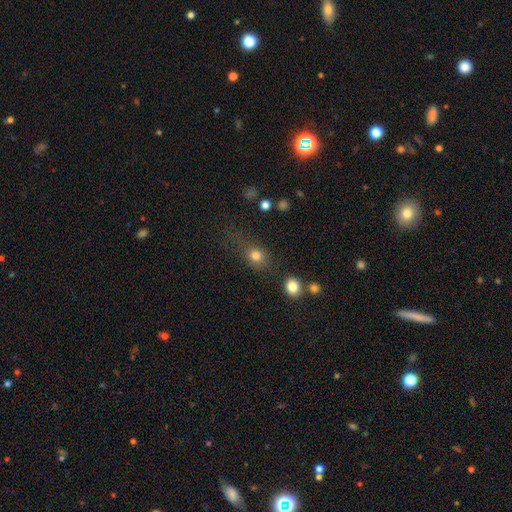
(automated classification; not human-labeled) smooth 79%, star or artifact 13%, featured or disk 8%. Down the decision tree: how rounded — round (64%); merging — none (58%).